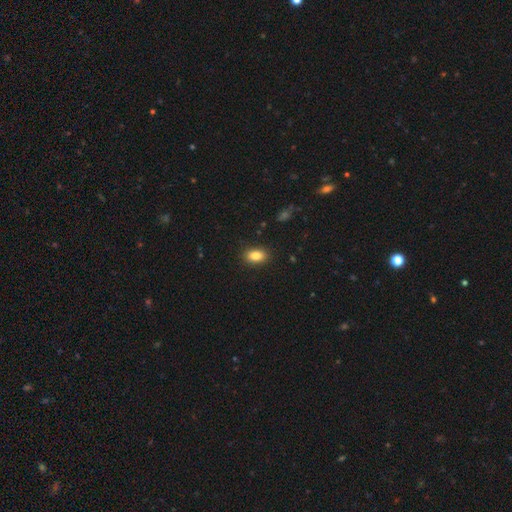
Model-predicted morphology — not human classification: smooth 85%, star or artifact 8%, featured or disk 7%. Down the decision tree: how rounded — in between (87%); merging — none (88%).